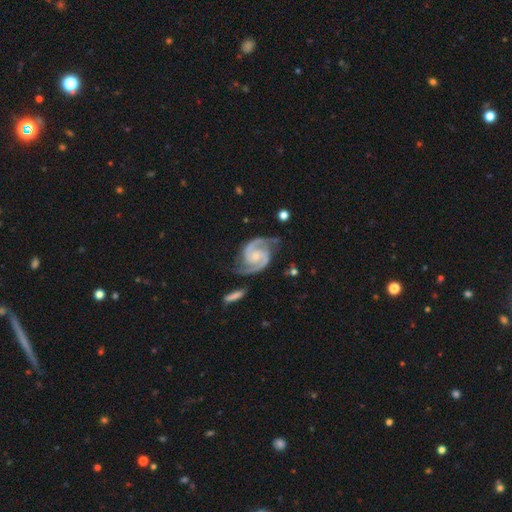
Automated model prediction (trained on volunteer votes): This appears to be a featured or disk galaxy (94%) with no bar (57%), 2 (94%) medium (57%) spiral arms (99%) and a small central bulge (58%). Merging: none (74%).